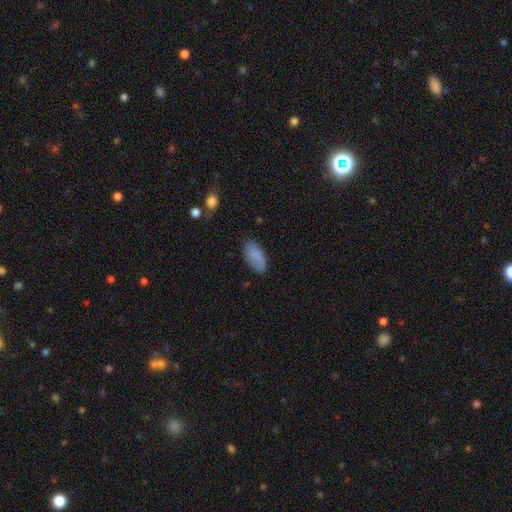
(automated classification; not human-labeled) The model was most divided on "merging": none: 74%, minor disturbance: 19%, major disturbance: 5%, merger: 2%. More confident: how rounded — in between (91%); smooth or featured — smooth (81%).